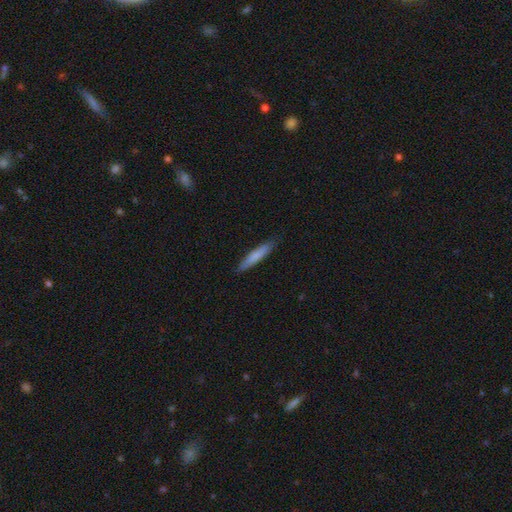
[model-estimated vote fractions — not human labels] This appears to be a smooth galaxy with no disk features (78%) that is cigar-shaped (89%). Merging: none (87%).